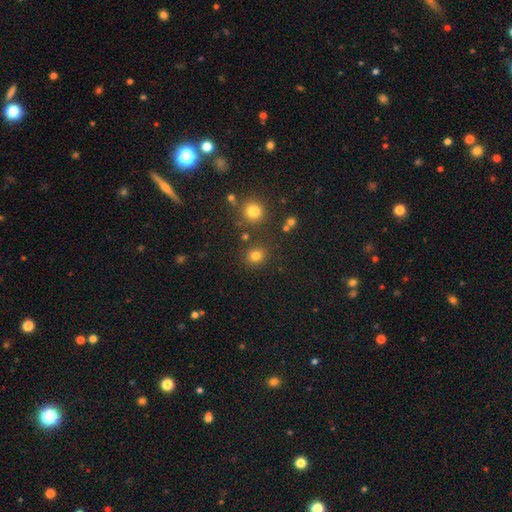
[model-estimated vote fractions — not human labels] This is likely a smooth galaxy (79%). How rounded: clearly round (82%). Merging: clearly none (84%).